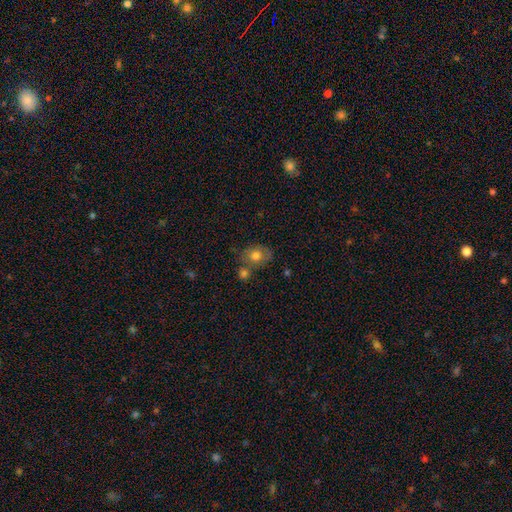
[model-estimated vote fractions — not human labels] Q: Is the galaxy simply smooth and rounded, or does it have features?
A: smooth — 74%.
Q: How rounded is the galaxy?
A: round — 50%.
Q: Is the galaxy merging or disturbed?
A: none — 50%.